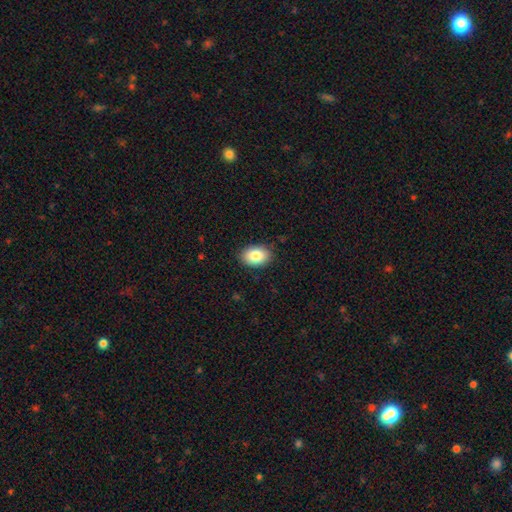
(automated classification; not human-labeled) smooth-or-featured: smooth: 83% | featured or disk: 9% | star or artifact: 8%
  how-rounded: in between: 82% | round: 17% | cigar-shaped: 1%
  merging: none: 87% | minor disturbance: 10% | major disturbance: 2% | merger: 1%